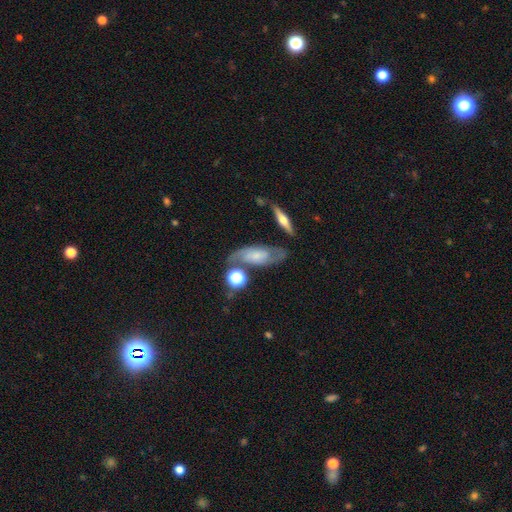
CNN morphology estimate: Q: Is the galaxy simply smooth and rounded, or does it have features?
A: featured or disk — 63%.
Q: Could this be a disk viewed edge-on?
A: no — 82%.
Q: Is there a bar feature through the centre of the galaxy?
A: no — 61%.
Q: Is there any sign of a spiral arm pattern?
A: yes — 87%.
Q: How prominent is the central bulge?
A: small — 44%.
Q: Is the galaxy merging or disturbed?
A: none — 63%.